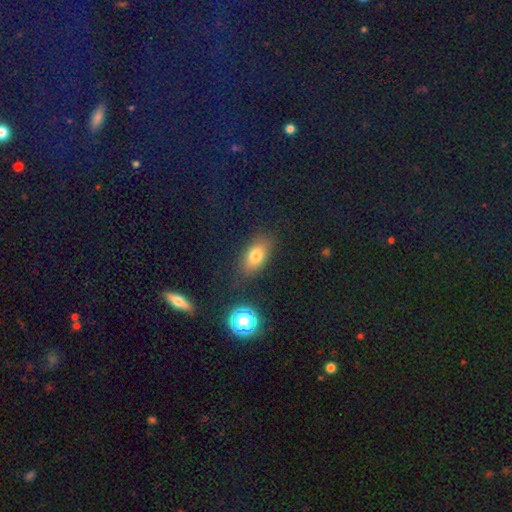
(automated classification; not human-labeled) smooth 75%, star or artifact 13%, featured or disk 12%. Down the decision tree: how rounded — in between (80%); merging — none (82%).